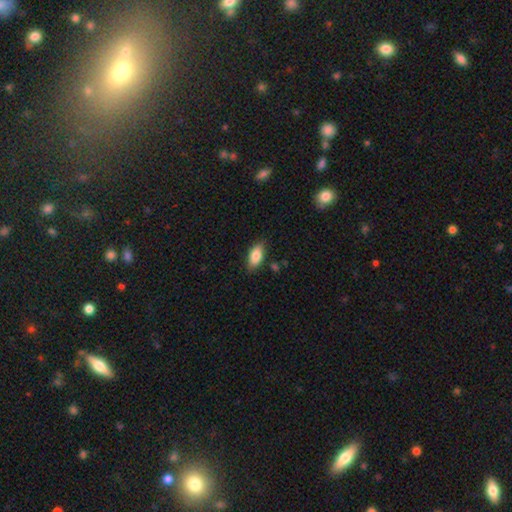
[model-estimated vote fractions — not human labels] This appears to be a smooth galaxy with no disk features (84%) that is in between round and cigar-shaped (90%). Merging: none (83%).